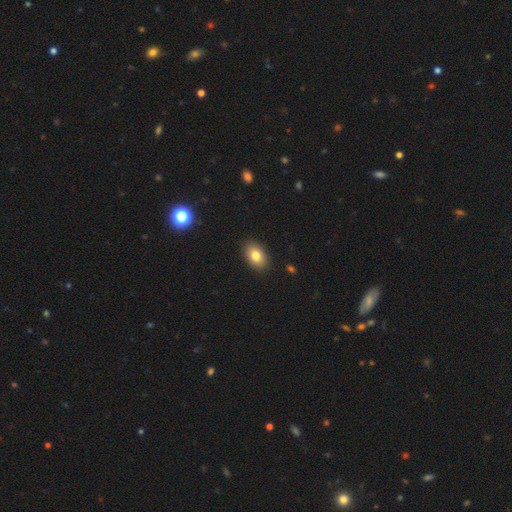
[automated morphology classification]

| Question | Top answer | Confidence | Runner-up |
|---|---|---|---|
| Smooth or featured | smooth | 81% | featured or disk (11%) |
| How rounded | in between | 86% | round (13%) |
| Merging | none | 89% | minor disturbance (8%) |